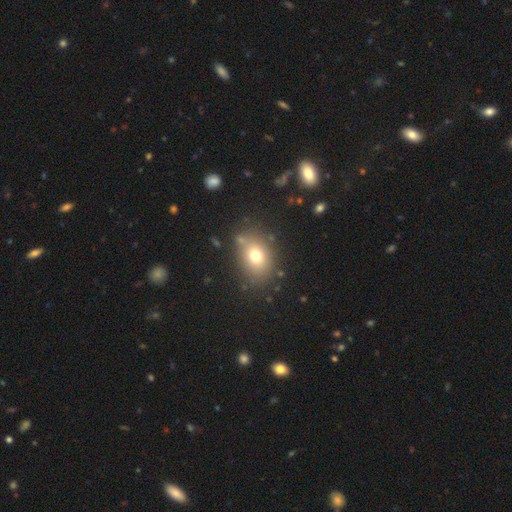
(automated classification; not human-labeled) smooth_or_featured: smooth (p=0.72) [alt: featured or disk p=0.14]
how_rounded: in between (p=0.63) [alt: round p=0.36]
merging: none (p=0.79) [alt: minor disturbance p=0.12]